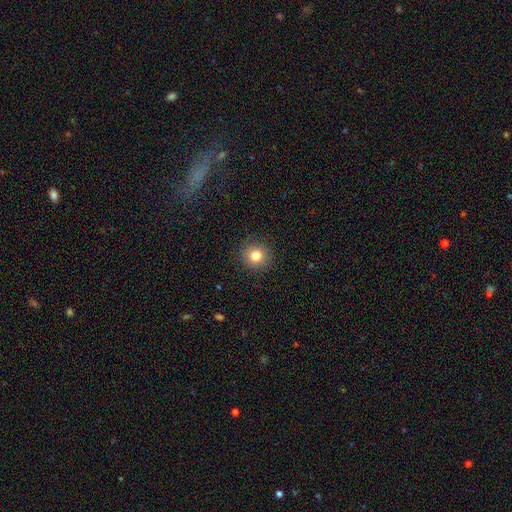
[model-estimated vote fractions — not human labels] A smooth galaxy with no disk features (80%) that is round (91%).

Vote fractions:
- Smooth or featured? smooth: 80% / star or artifact: 11% / featured or disk: 8%
- How rounded? round: 91% / in between: 8% / cigar-shaped: 1%
- Merging? none: 89% / minor disturbance: 7% / major disturbance: 3% / merger: 1%